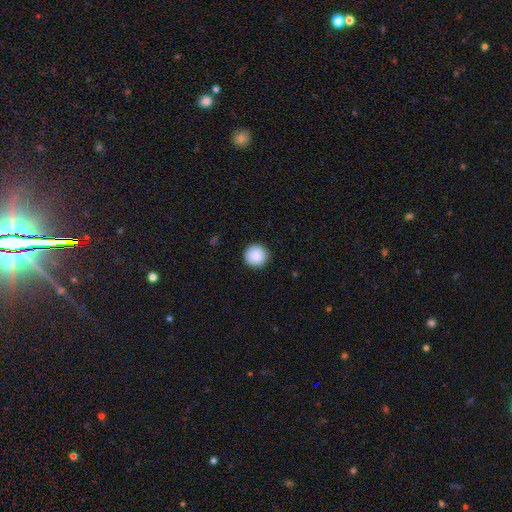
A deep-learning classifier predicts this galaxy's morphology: Smooth or featured: smooth — 89% (star or artifact — 8%)
How rounded: round — 96% (in between — 3%)
Merging: none — 92% (minor disturbance — 6%)